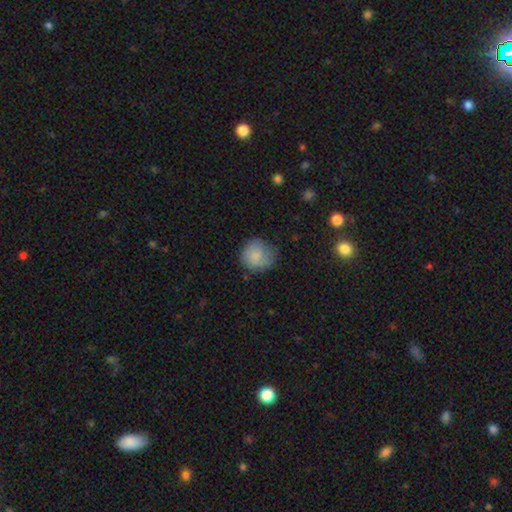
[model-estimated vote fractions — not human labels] Morphology: type=smooth (76%); roundness=round (85%); merging=none (66%).